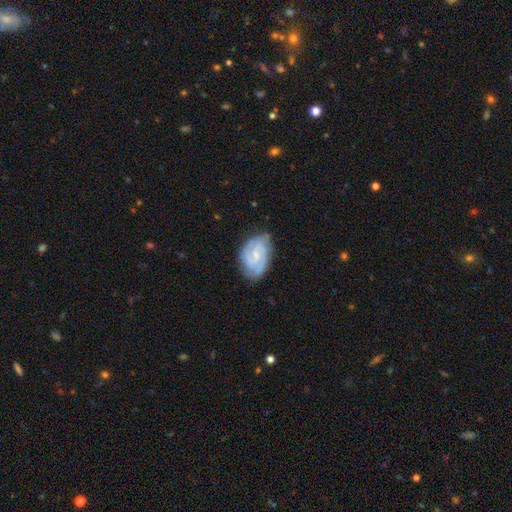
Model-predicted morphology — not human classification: Smooth or featured?
  - featured or disk: 81% *
  - smooth: 13%
  - star or artifact: 5%
Edge-on disk?
  - no: 97% *
  - yes: 3%
Bar?
  - no: 47% *
  - weak: 45%
  - strong: 8%
Spiral arms?
  - yes: 96% *
  - no: 4%
Spiral winding?
  - tight: 62% *
  - medium: 32%
  - loose: 6%
Spiral arm count?
  - 2: 49% *
  - 3: 22%
  - can't tell: 18%
  - 4: 5%
  - 1: 3%
  - more than 4: 3%
Bulge size?
  - small: 63% *
  - moderate: 27%
  - none: 8%
  - large: 1%
  - dominant: 1%
Merging?
  - none: 73% *
  - minor disturbance: 21%
  - major disturbance: 5%
  - merger: 1%